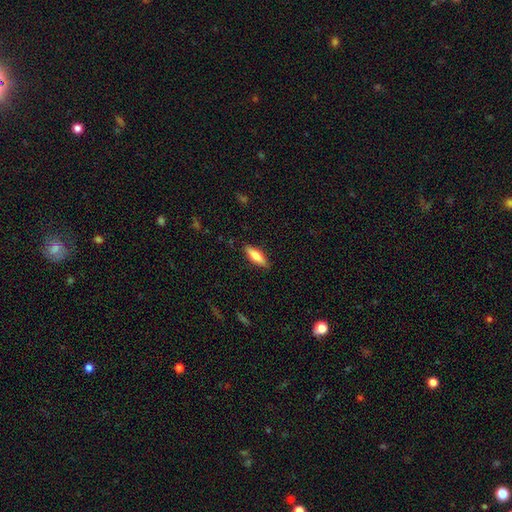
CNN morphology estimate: Smooth or featured?
  - smooth: 69% *
  - featured or disk: 25%
  - star or artifact: 6%
How rounded?
  - cigar-shaped: 52% *
  - in between: 46%
  - round: 2%
Merging?
  - none: 87% *
  - minor disturbance: 10%
  - major disturbance: 2%
  - merger: 1%